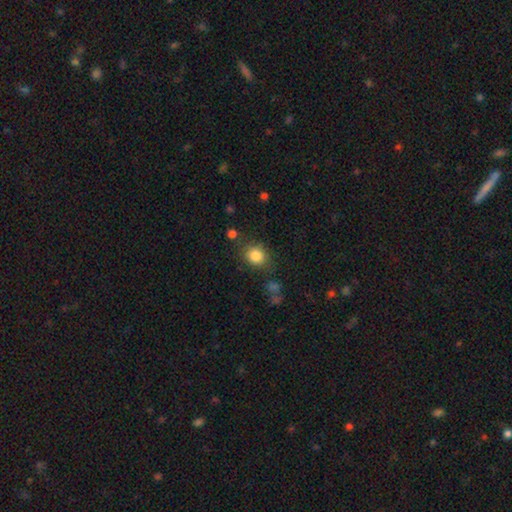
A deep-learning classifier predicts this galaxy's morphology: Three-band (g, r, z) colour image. It shows a smooth galaxy with no disk features (84%) that is round (71%). Merging: none (77%).